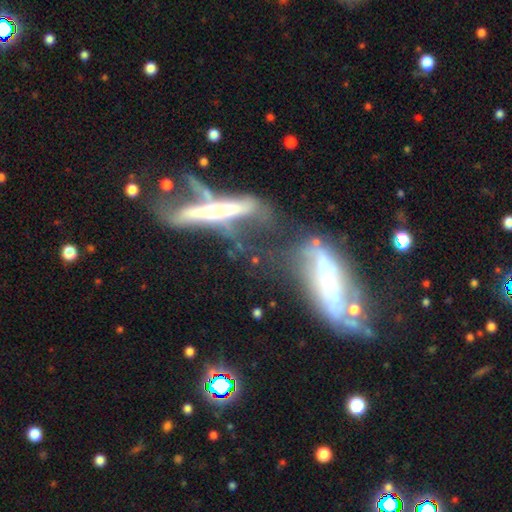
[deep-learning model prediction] smooth_or_featured: featured or disk (p=0.65) [alt: smooth p=0.23]
disk_edge_on: yes (p=0.70) [alt: no p=0.30]
merging: merger (p=0.46) [alt: none p=0.28]